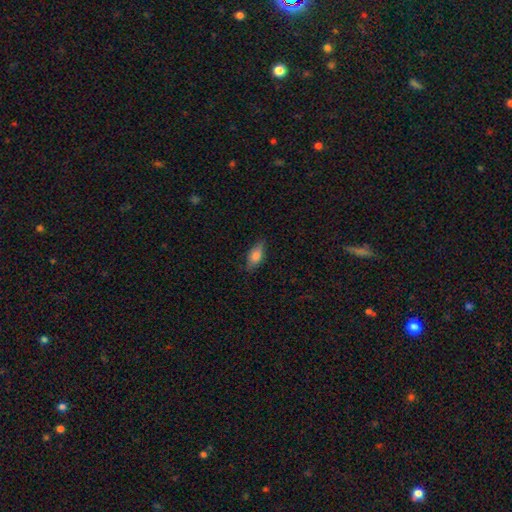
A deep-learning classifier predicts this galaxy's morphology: This is likely a smooth galaxy (75%). How rounded: likely in between (80%). Merging: likely none (77%).